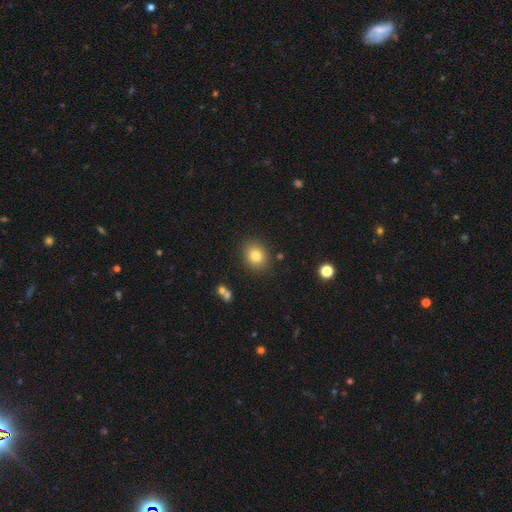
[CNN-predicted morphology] Smooth or featured? smooth (81%)
How rounded? round (64%)
Merging? none (86%)